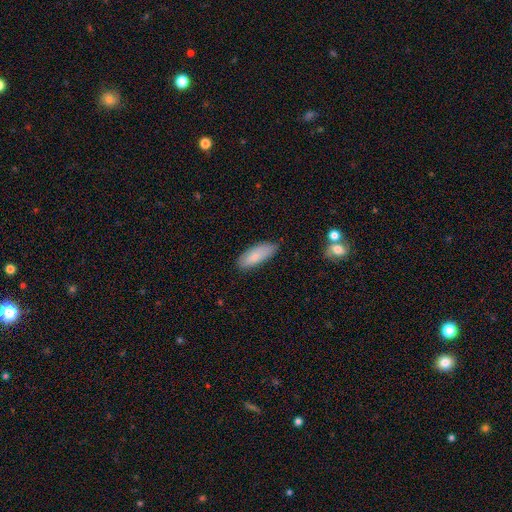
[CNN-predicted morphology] Q: Smooth or featured?
A: smooth (81%); runner-up: featured or disk (13%)
Q: How rounded?
A: in between (73%); runner-up: cigar-shaped (25%)
Q: Merging?
A: none (78%); runner-up: minor disturbance (18%)